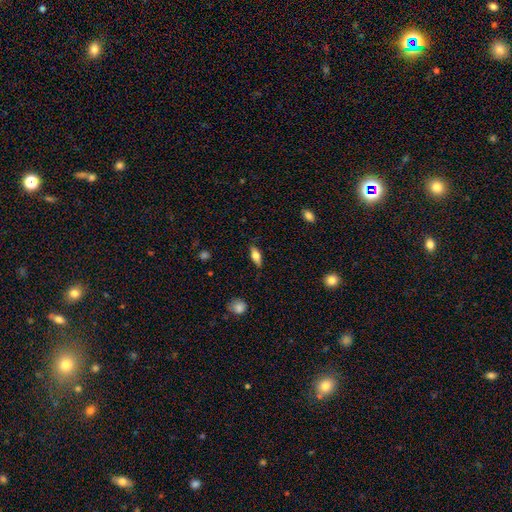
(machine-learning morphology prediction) smooth 63%, featured or disk 30%, star or artifact 8%. Down the decision tree: how rounded — in between (74%); merging — none (83%).